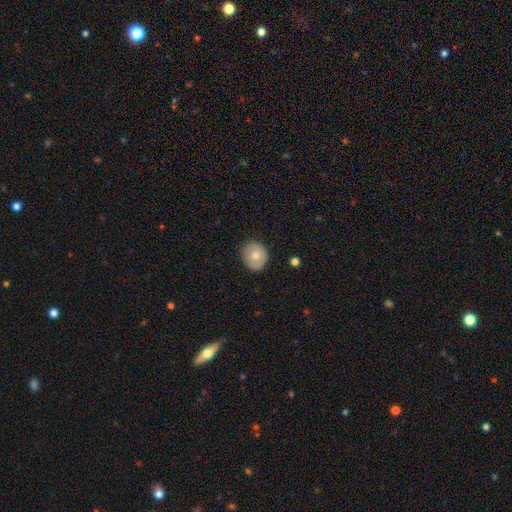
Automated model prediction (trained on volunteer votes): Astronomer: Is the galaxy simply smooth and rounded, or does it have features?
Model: smooth — 69%.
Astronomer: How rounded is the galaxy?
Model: round — 70%.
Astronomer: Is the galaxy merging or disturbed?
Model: none — 84%.